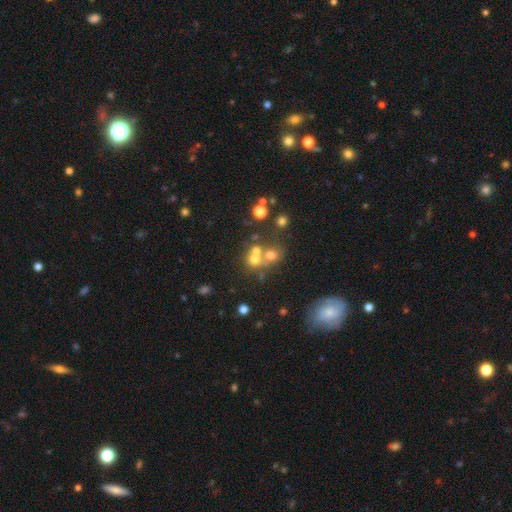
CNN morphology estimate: Smooth or featured: smooth — 54% (featured or disk — 24%)
How rounded: round — 76% (in between — 23%)
Merging: merger — 48% (none — 39%)